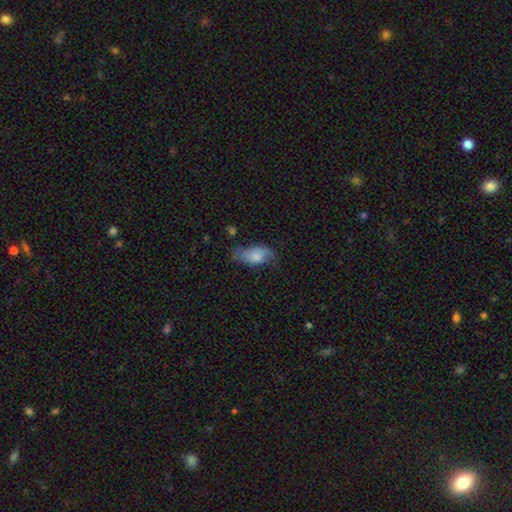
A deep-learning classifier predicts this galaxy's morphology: smooth-or-featured: smooth: 71% | featured or disk: 22% | star or artifact: 7%
  how-rounded: in between: 90% | cigar-shaped: 6% | round: 4%
  merging: none: 51% | minor disturbance: 33% | major disturbance: 14% | merger: 3%